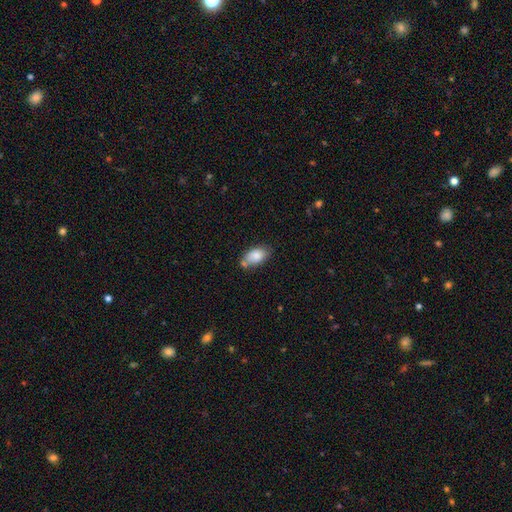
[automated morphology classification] smooth_or_featured: smooth (p=0.83) [alt: featured or disk p=0.09]
how_rounded: in between (p=0.91) [alt: round p=0.06]
merging: none (p=0.58) [alt: minor disturbance p=0.23]